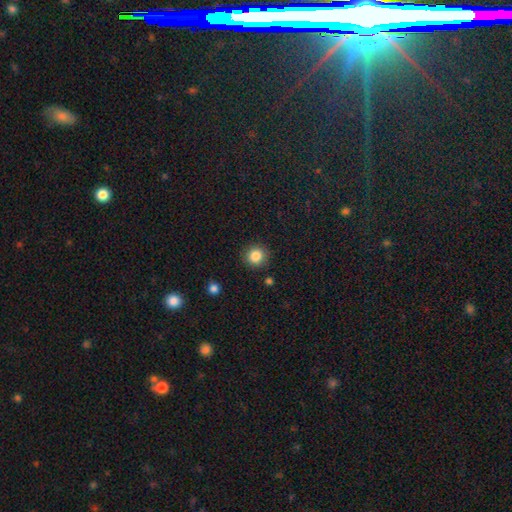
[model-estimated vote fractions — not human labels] Overall: smooth (85%). How rounded: round (91%). Merging: none (88%).